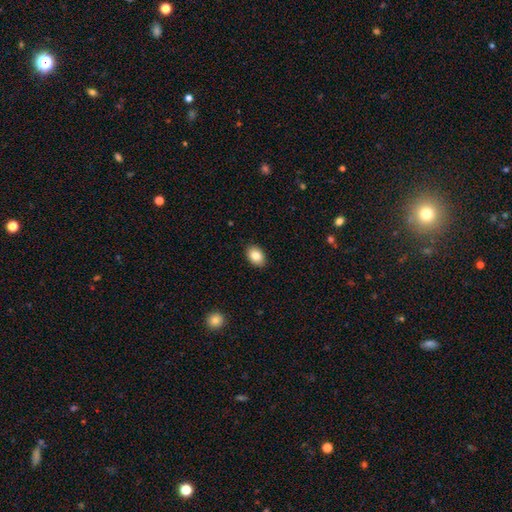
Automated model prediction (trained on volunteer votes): smooth_or_featured: smooth (p=0.84) [alt: star or artifact p=0.08]
how_rounded: in between (p=0.81) [alt: round p=0.18]
merging: none (p=0.89) [alt: minor disturbance p=0.08]